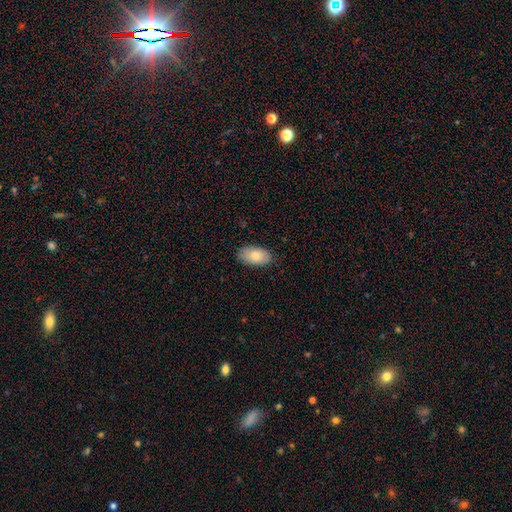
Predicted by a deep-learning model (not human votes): smooth 80%, featured or disk 13%, star or artifact 7%. Down the decision tree: how rounded — in between (94%); merging — none (85%).